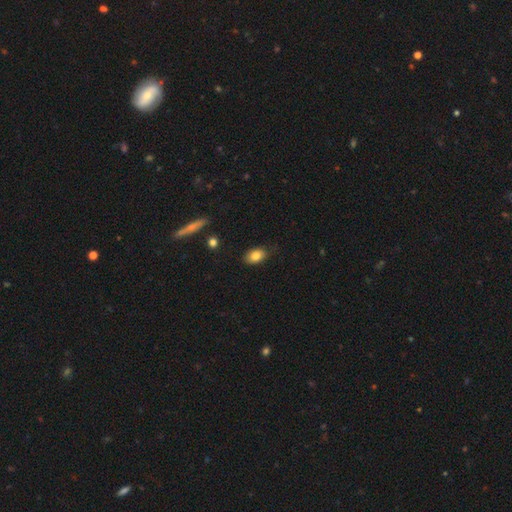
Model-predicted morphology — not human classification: smooth-or-featured: smooth: 83% | featured or disk: 9% | star or artifact: 8%
  how-rounded: in between: 85% | round: 13% | cigar-shaped: 2%
  merging: none: 80% | minor disturbance: 15% | major disturbance: 3% | merger: 1%